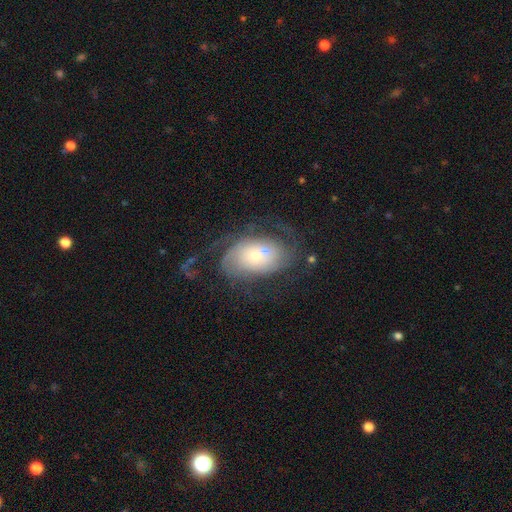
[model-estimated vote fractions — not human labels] featured or disk 71%, smooth 22%, star or artifact 7%. Down the decision tree: edge-on disk — no (96%); bar — no (77%); spiral arms — yes (85%); spiral arm count — 2 (46%); spiral winding — tight (38%); bulge size — small (53%); merging — none (52%).